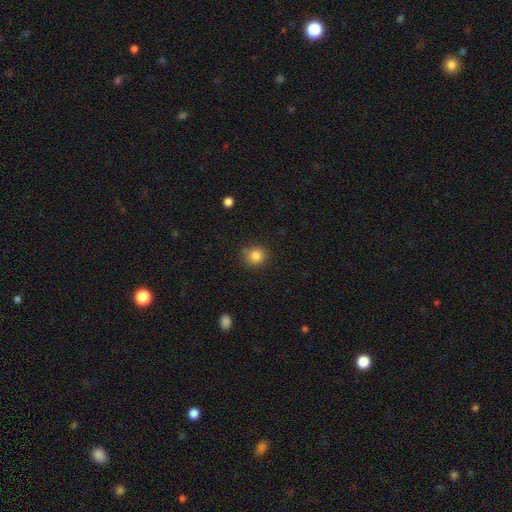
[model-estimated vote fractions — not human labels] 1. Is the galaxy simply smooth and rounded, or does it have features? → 84% smooth, 11% star or artifact, 5% featured or disk.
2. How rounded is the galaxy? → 87% round, 12% in between, 1% cigar-shaped.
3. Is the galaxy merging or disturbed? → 81% none, 13% minor disturbance, 3% major disturbance, 2% merger.